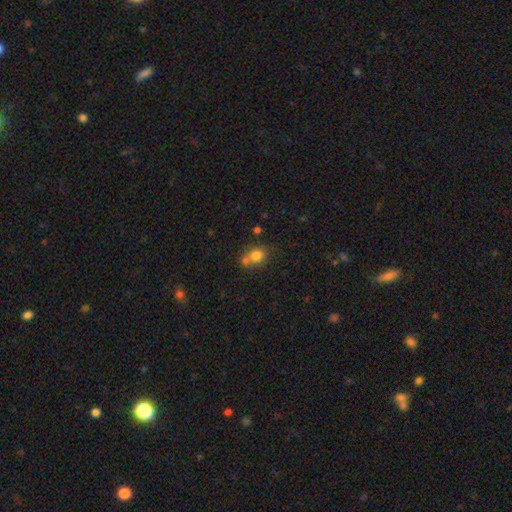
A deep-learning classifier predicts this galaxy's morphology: A smooth galaxy with no disk features (79%) that is round (65%).

Vote fractions:
- Smooth or featured? smooth: 79% / star or artifact: 12% / featured or disk: 9%
- How rounded? round: 65% / in between: 34% / cigar-shaped: 1%
- Merging? none: 51% / merger: 33% / minor disturbance: 12% / major disturbance: 4%